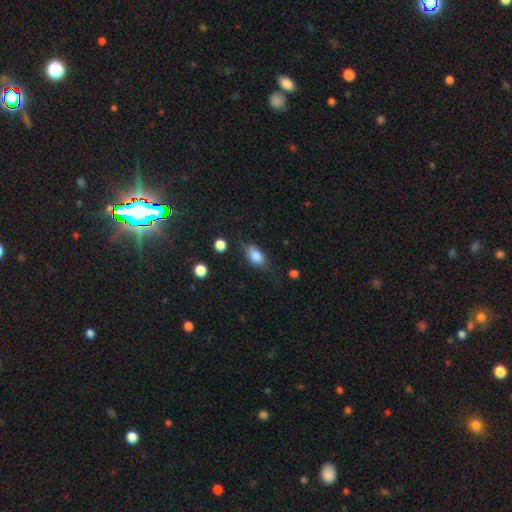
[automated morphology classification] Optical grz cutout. It shows a smooth galaxy with no disk features (80%) that is in between round and cigar-shaped (85%). Merging: none (65%).